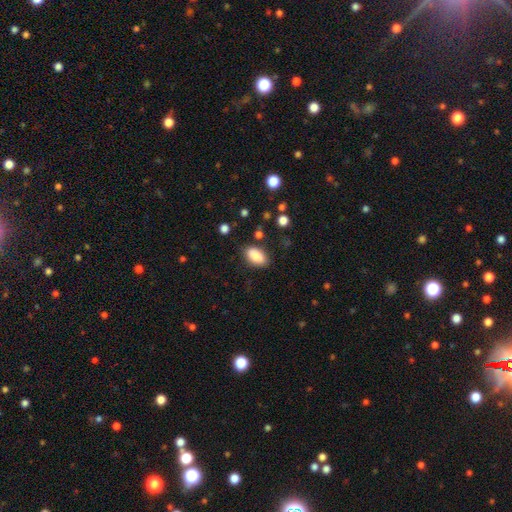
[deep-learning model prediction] Smooth or featured? Predicted: smooth (p=0.87). How rounded? Predicted: in between (p=0.92). Merging? Predicted: none (p=0.82).